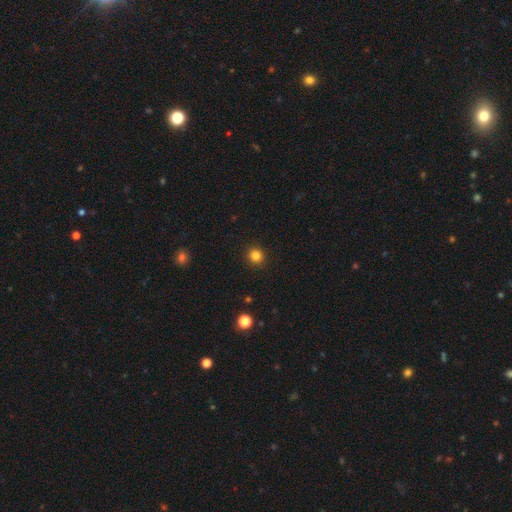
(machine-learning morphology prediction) A smooth galaxy with no disk features (83%) that is round (93%).

Vote fractions:
- Smooth or featured? smooth: 83% / star or artifact: 13% / featured or disk: 4%
- How rounded? round: 93% / in between: 6% / cigar-shaped: 1%
- Merging? none: 93% / minor disturbance: 5% / major disturbance: 2% / merger: 1%